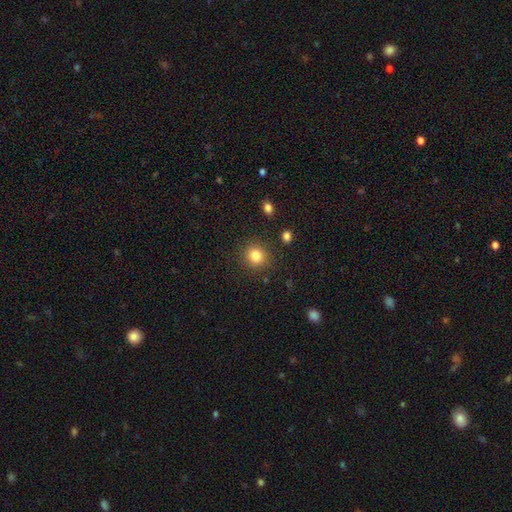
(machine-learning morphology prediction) A smooth galaxy with no disk features (83%) that is round (88%). Merging: none (88%).